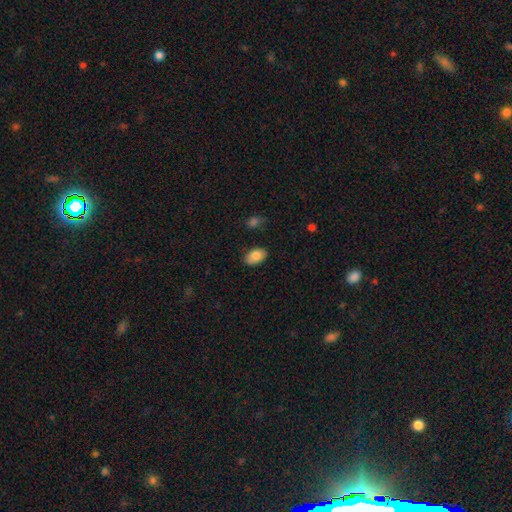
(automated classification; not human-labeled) Smooth or featured? Predicted: smooth (p=0.85). How rounded? Predicted: in between (p=0.90). Merging? Predicted: none (p=0.82).